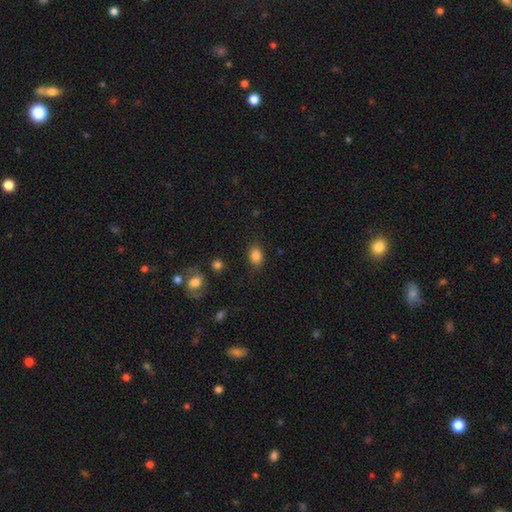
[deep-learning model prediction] Smooth or featured? smooth (86%)
How rounded? in between (77%)
Merging? none (82%)